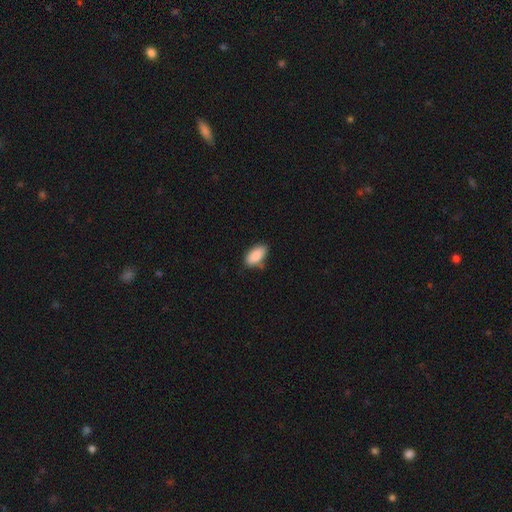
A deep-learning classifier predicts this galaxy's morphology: Overall: smooth (88%). How rounded: in between (92%). Merging: none (74%).